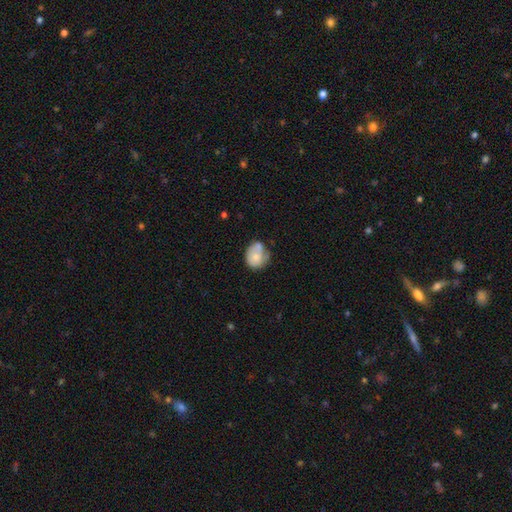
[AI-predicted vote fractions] This appears to be a smooth galaxy with no disk features (67%) that is round (58%). Merging: none (38%).